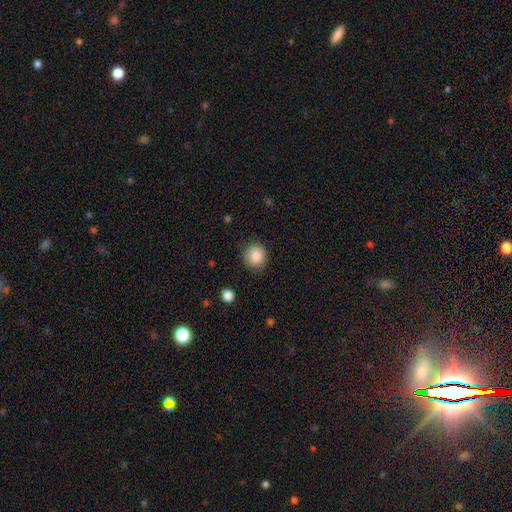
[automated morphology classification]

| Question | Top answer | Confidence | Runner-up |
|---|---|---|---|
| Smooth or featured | smooth | 87% | star or artifact (9%) |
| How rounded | round | 84% | in between (16%) |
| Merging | none | 86% | minor disturbance (10%) |